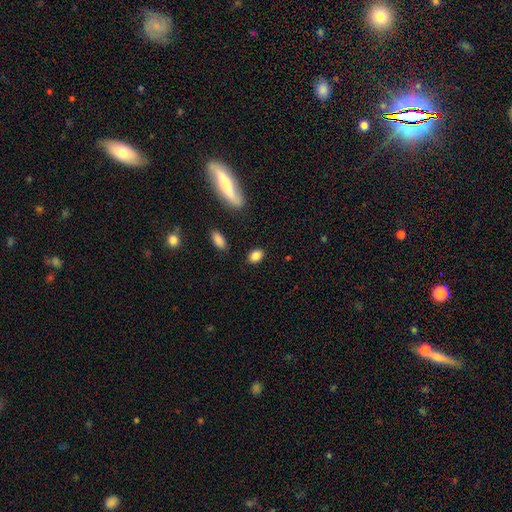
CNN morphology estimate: The model was most divided on "how rounded": in between: 73%, round: 24%, cigar-shaped: 2%. More confident: smooth or featured — smooth (85%); merging — none (85%).